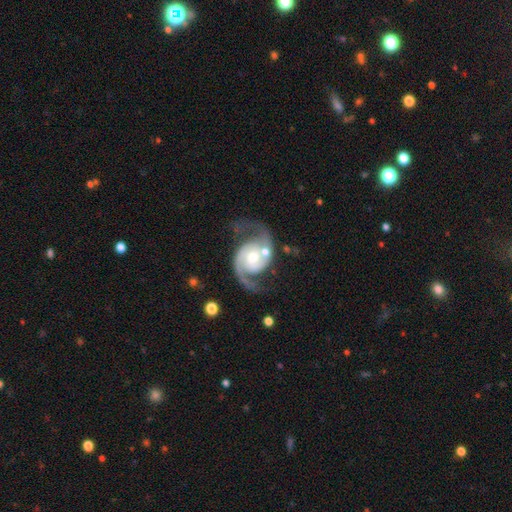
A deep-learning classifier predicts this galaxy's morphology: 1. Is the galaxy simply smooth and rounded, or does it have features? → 92% featured or disk, 4% star or artifact, 4% smooth.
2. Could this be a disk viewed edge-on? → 98% no, 2% yes.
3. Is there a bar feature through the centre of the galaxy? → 60% no, 30% weak, 10% strong.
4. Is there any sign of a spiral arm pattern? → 98% yes, 2% no.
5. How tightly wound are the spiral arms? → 56% medium, 26% loose, 18% tight.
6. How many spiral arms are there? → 94% 2, 2% can't tell, 1% 3, 1% 1, 1% 4, 1% more than 4.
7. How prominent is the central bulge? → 60% moderate, 31% small, 6% large, 2% none, 1% dominant.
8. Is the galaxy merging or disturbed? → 68% none, 15% minor disturbance, 9% major disturbance, 8% merger.